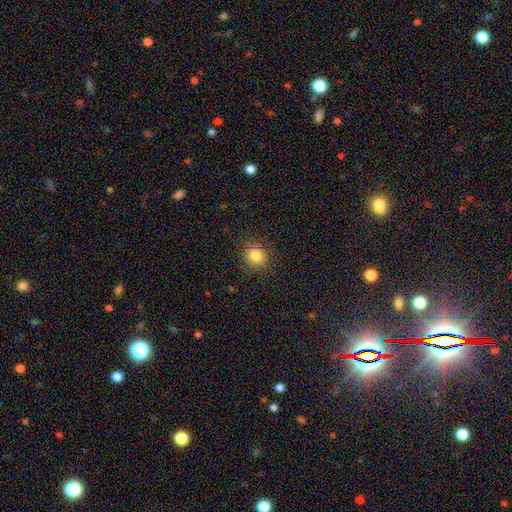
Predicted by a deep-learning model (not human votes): Morphology: type=smooth (79%); roundness=round (81%); merging=none (87%).